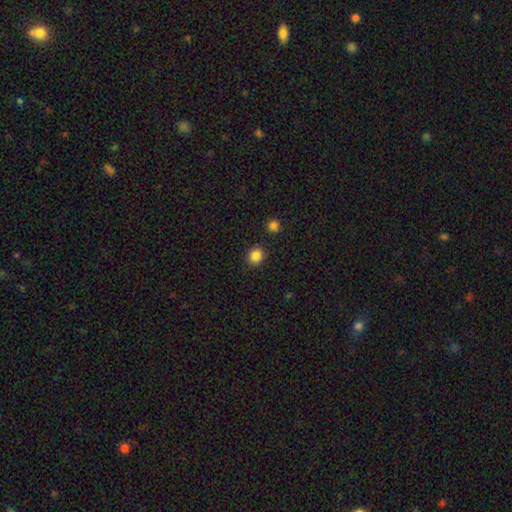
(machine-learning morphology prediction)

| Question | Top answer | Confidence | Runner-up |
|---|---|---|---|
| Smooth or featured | smooth | 85% | star or artifact (11%) |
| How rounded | round | 81% | in between (18%) |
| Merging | none | 89% | minor disturbance (6%) |